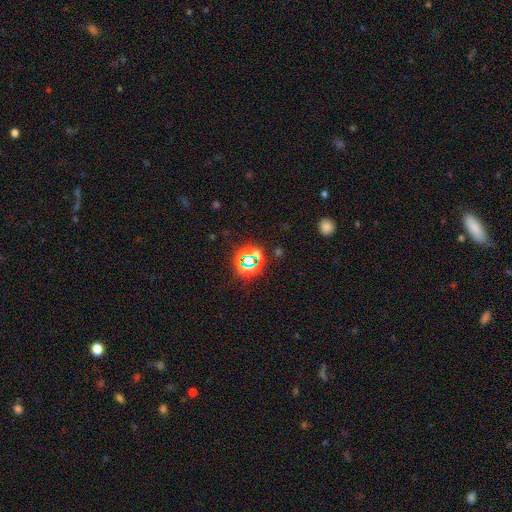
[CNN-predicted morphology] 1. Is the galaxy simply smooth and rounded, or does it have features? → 68% star or artifact, 23% smooth, 9% featured or disk.